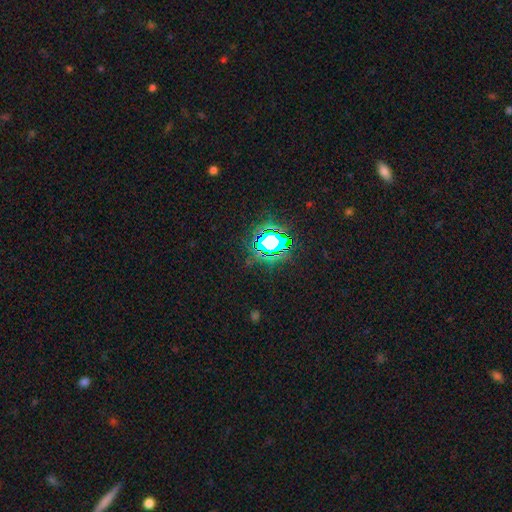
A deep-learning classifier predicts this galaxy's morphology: Q: Smooth or featured?
A: star or artifact (80%); runner-up: smooth (13%)